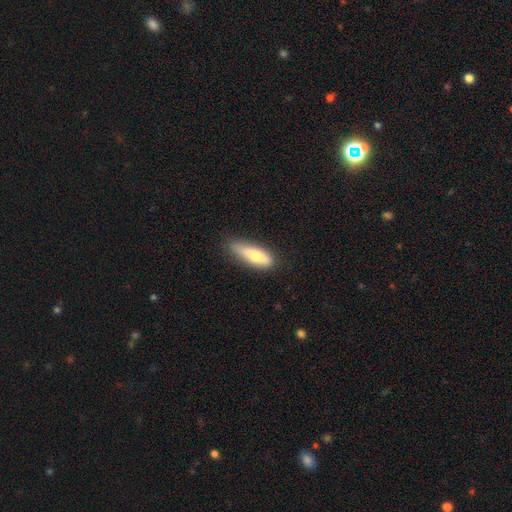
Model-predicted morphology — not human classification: A smooth galaxy with no disk features (68%) that is cigar-shaped (55%).

Vote fractions:
- Smooth or featured? smooth: 68% / featured or disk: 26% / star or artifact: 6%
- How rounded? cigar-shaped: 55% / in between: 43% / round: 2%
- Merging? none: 75% / minor disturbance: 20% / major disturbance: 4% / merger: 1%